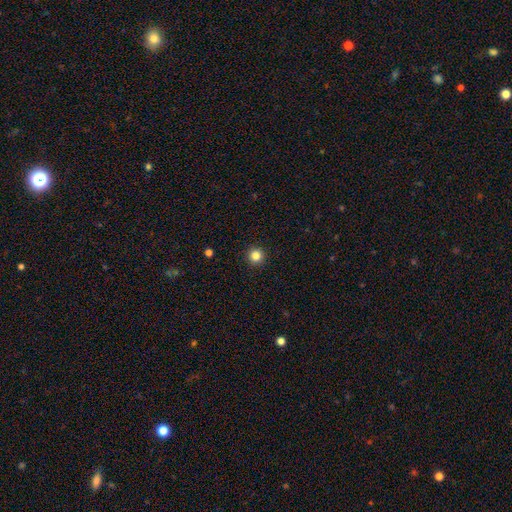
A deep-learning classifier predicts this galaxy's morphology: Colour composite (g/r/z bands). It shows a smooth galaxy with no disk features (84%) that is round (96%). Merging: none (93%).